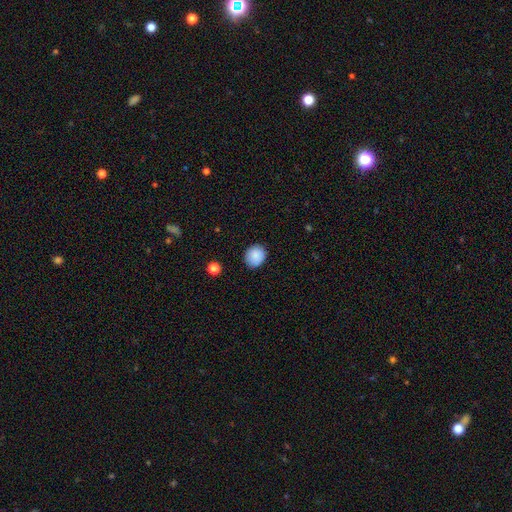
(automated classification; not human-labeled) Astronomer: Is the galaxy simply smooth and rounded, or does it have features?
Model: smooth — 87%.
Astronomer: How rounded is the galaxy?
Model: round — 74%.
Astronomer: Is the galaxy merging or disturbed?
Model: none — 84%.